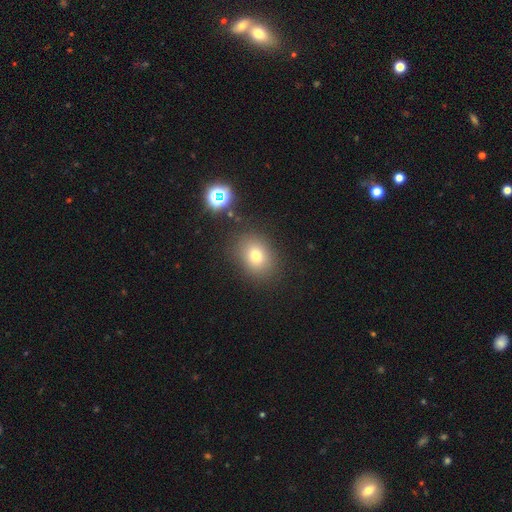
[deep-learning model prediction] smooth-or-featured: smooth: 76% | star or artifact: 15% | featured or disk: 10%
  how-rounded: in between: 50% | round: 49% | cigar-shaped: 1%
  merging: none: 84% | minor disturbance: 10% | major disturbance: 4% | merger: 3%